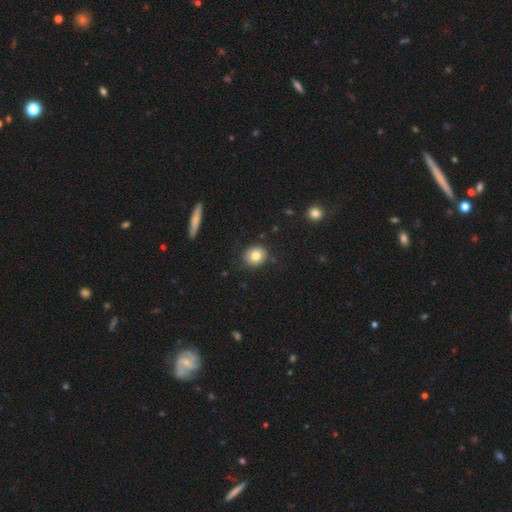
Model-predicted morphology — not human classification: smooth 79%, featured or disk 12%, star or artifact 9%. Down the decision tree: how rounded — round (73%); merging — none (86%).